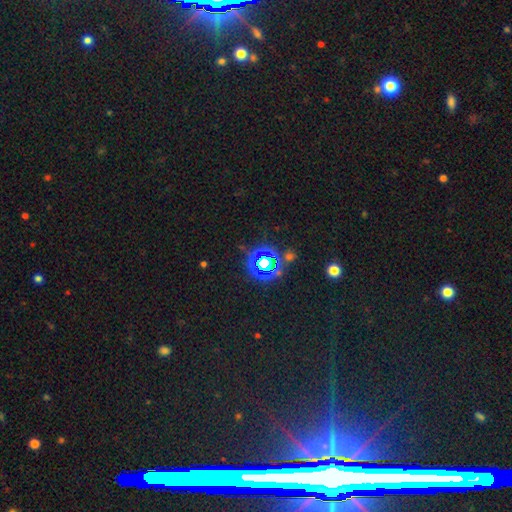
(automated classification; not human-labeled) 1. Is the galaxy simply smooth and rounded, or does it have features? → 70% star or artifact, 19% smooth, 11% featured or disk.